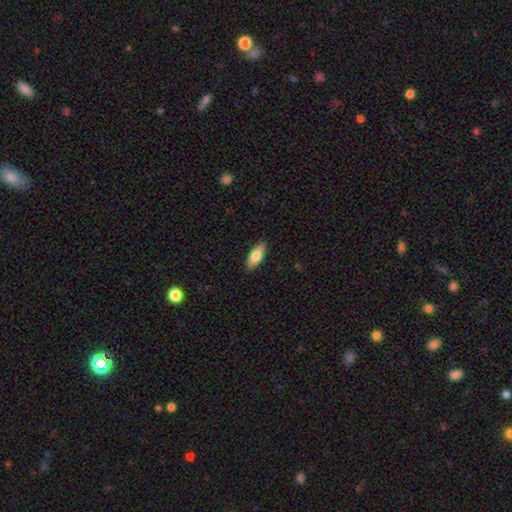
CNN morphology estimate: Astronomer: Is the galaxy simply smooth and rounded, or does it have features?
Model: smooth — 73%.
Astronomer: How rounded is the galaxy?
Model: in between — 76%.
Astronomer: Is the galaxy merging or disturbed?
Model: none — 89%.